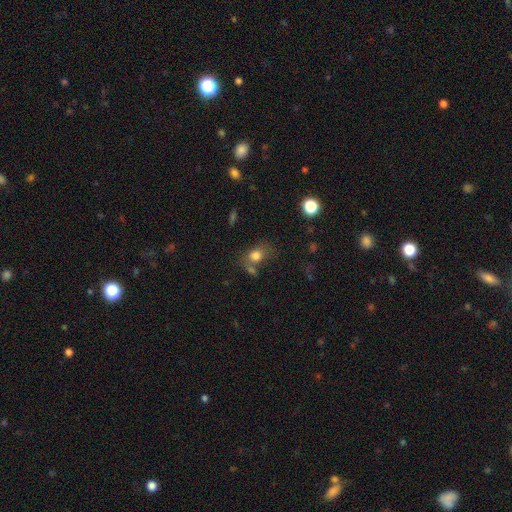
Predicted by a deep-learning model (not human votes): This is likely a smooth galaxy (78%). How rounded: possibly in between (55%). Merging: marginally none (45%).